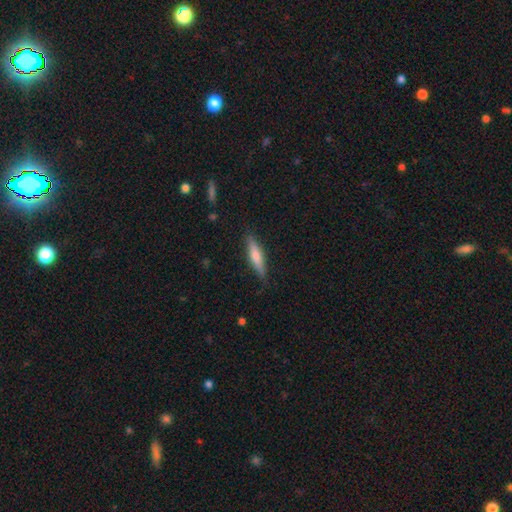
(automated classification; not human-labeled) smooth_or_featured: smooth (p=0.49) [alt: featured or disk p=0.44]
merging: none (p=0.87) [alt: minor disturbance p=0.10]